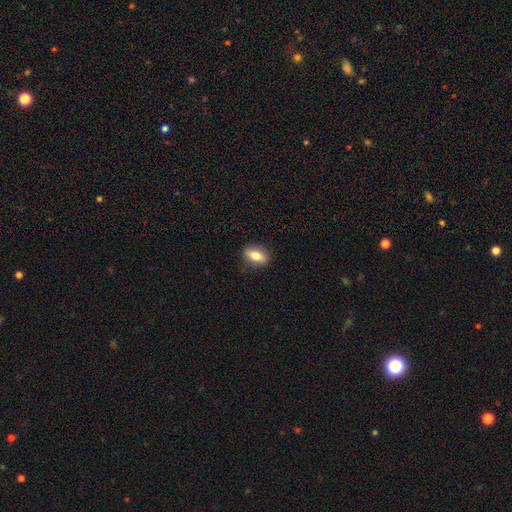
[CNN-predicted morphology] Smooth or featured? Predicted: smooth (p=0.79). How rounded? Predicted: in between (p=0.81). Merging? Predicted: none (p=0.87).